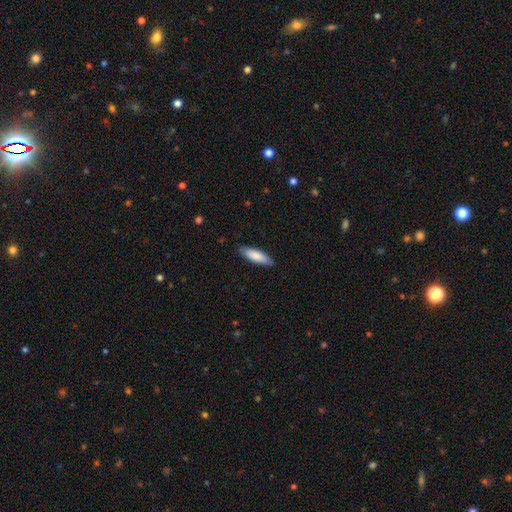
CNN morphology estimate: Q: Smooth or featured?
A: smooth (83%); runner-up: featured or disk (12%)
Q: How rounded?
A: cigar-shaped (54%); runner-up: in between (45%)
Q: Merging?
A: none (87%); runner-up: minor disturbance (11%)